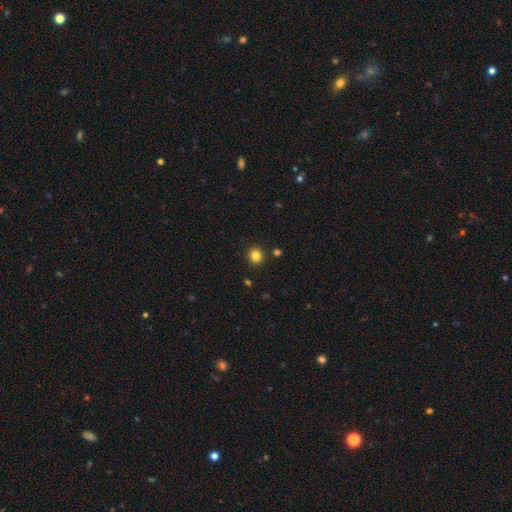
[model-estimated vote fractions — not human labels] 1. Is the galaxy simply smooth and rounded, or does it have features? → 83% smooth, 12% star or artifact, 5% featured or disk.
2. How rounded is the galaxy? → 84% round, 15% in between, 1% cigar-shaped.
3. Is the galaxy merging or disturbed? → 90% none, 6% minor disturbance, 2% merger, 2% major disturbance.